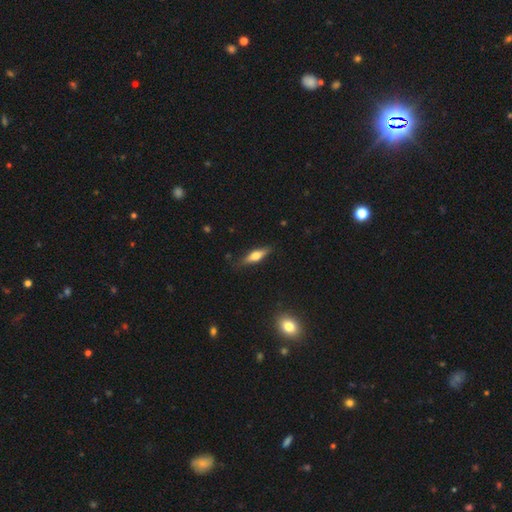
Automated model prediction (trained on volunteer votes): Morphology: type=smooth (50%); roundness=cigar-shaped (60%); merging=none (83%).